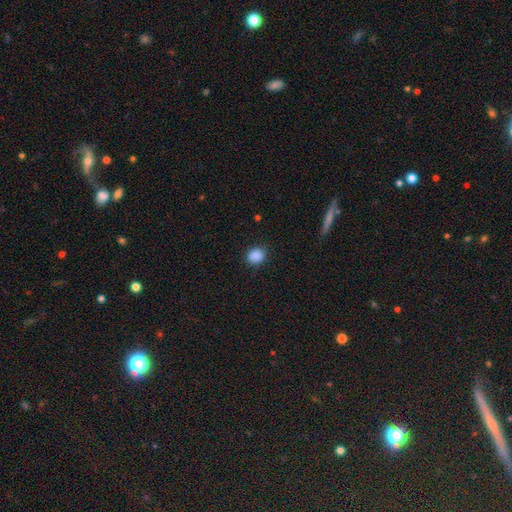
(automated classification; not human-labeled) A smooth galaxy with no disk features (88%) that is round (70%).

Vote fractions:
- Smooth or featured? smooth: 88% / star or artifact: 9% / featured or disk: 3%
- How rounded? round: 70% / in between: 29% / cigar-shaped: 1%
- Merging? none: 86% / minor disturbance: 10% / major disturbance: 3% / merger: 1%